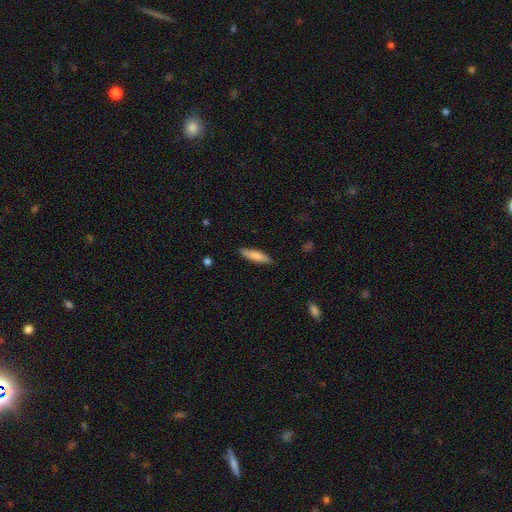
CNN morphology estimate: smooth-or-featured: smooth: 81% | featured or disk: 14% | star or artifact: 6%
  how-rounded: cigar-shaped: 71% | in between: 28% | round: 1%
  merging: none: 87% | minor disturbance: 10% | major disturbance: 2% | merger: 1%